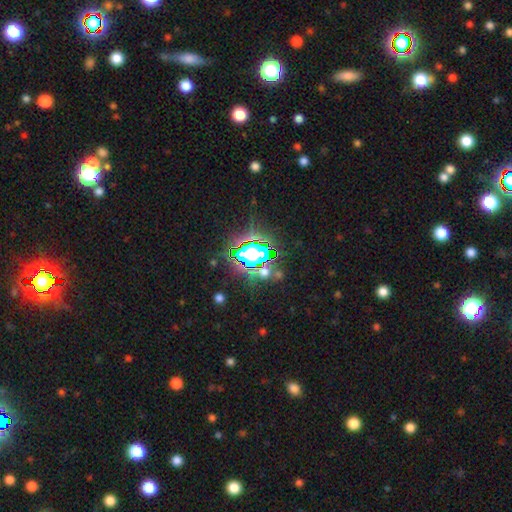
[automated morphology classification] smooth-or-featured: star or artifact: 68% | smooth: 20% | featured or disk: 12%